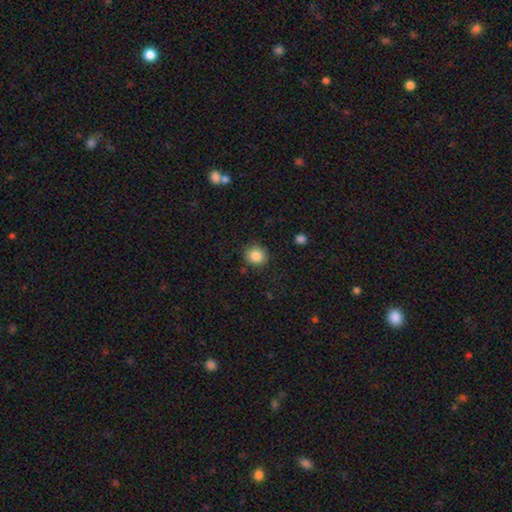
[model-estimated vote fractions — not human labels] smooth 85%, star or artifact 10%, featured or disk 5%. Down the decision tree: how rounded — round (90%); merging — none (88%).